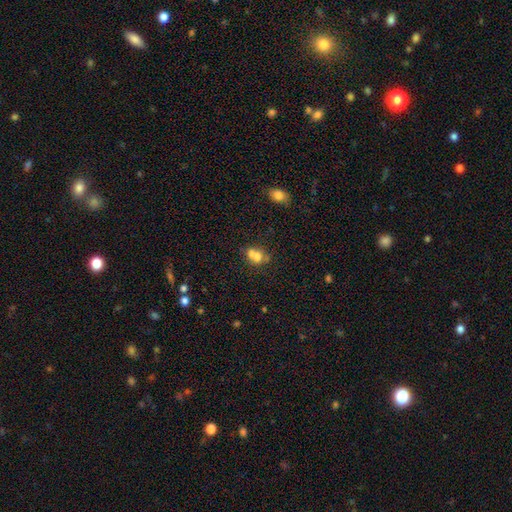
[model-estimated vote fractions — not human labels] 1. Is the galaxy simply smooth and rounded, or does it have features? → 64% smooth, 22% featured or disk, 14% star or artifact.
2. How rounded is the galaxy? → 61% round, 38% in between, 1% cigar-shaped.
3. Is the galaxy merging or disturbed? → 57% merger, 30% none, 8% minor disturbance, 4% major disturbance.